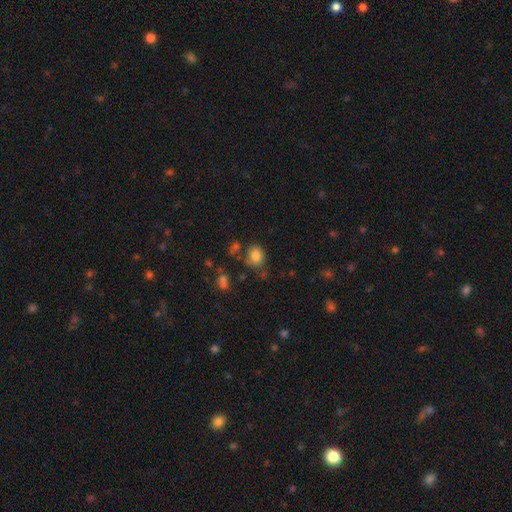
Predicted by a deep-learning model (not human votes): Smooth or featured? Predicted: smooth (p=0.80). How rounded? Predicted: in between (p=0.53). Merging? Predicted: none (p=0.62).